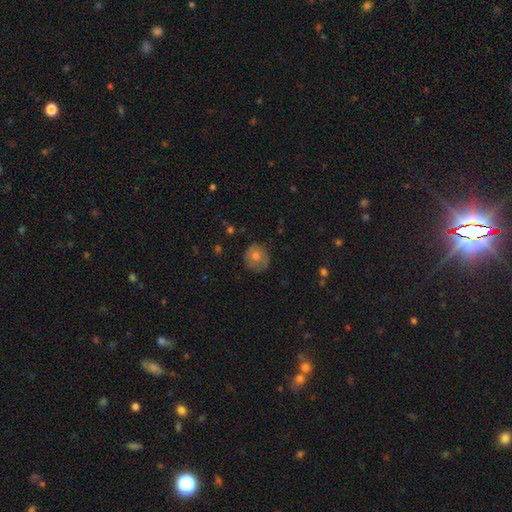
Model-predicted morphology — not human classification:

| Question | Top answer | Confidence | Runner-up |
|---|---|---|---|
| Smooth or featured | smooth | 69% | featured or disk (19%) |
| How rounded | round | 87% | in between (12%) |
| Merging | none | 76% | minor disturbance (18%) |